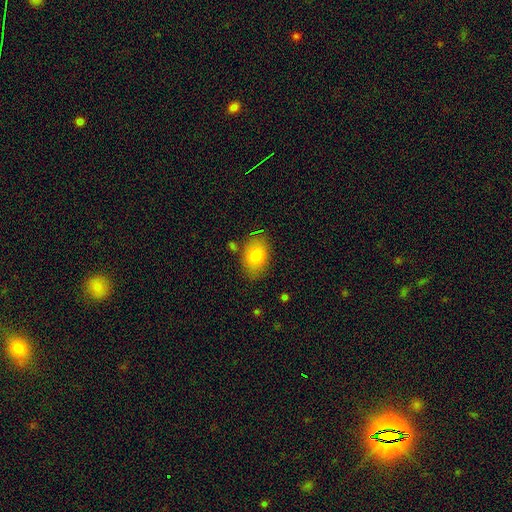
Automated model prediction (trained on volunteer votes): Smooth or featured: smooth — 79% (featured or disk — 12%)
How rounded: in between — 80% (round — 19%)
Merging: none — 79% (minor disturbance — 14%)